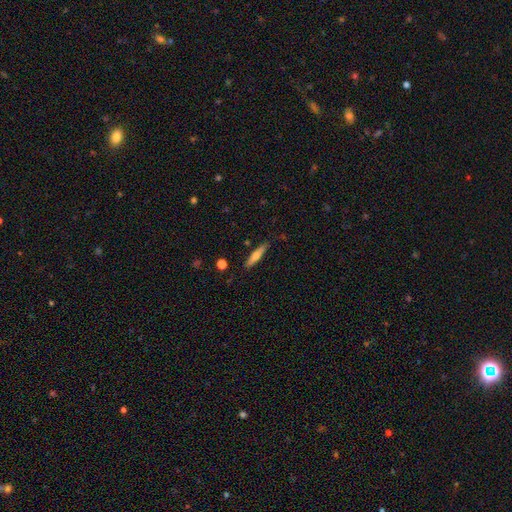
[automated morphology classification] smooth_or_featured: smooth (p=0.55) [alt: featured or disk p=0.39]
how_rounded: cigar-shaped (p=0.85) [alt: in between p=0.13]
merging: none (p=0.85) [alt: minor disturbance p=0.11]